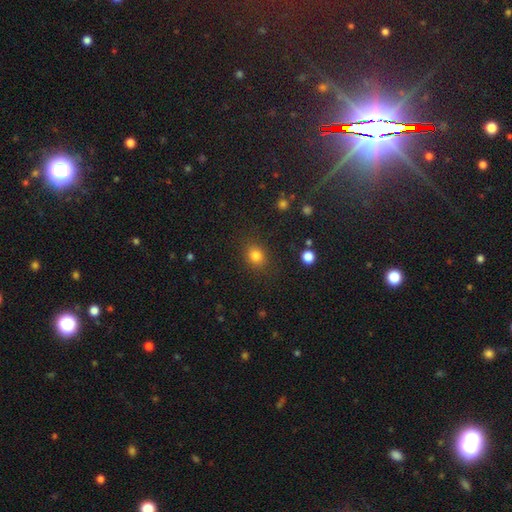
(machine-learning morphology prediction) Smooth or featured? smooth (82%)
How rounded? round (65%)
Merging? none (85%)